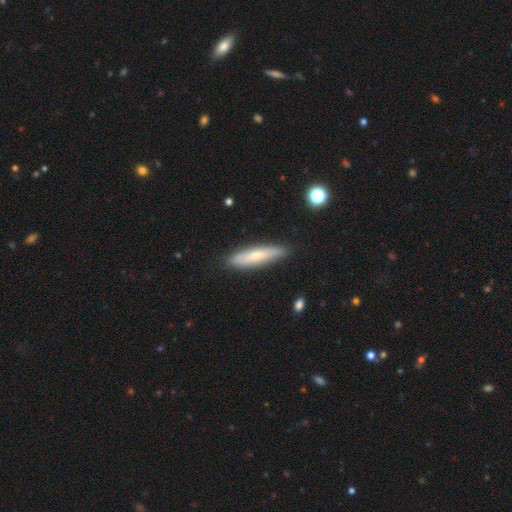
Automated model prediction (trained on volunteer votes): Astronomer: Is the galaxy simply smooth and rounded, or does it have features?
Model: smooth — 63%.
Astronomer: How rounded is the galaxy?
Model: cigar-shaped — 80%.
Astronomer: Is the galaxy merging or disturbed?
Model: none — 86%.